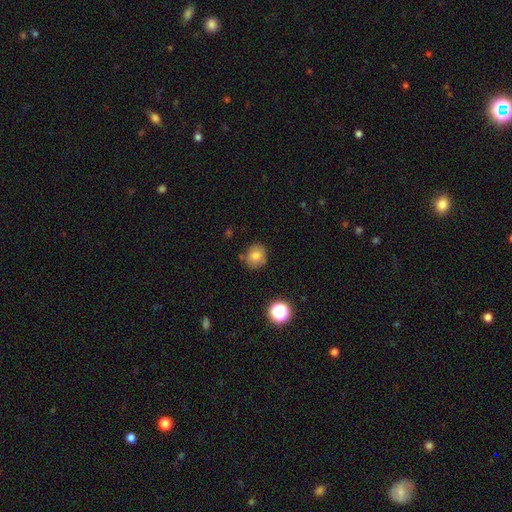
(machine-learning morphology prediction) smooth_or_featured: smooth (p=0.79) [alt: star or artifact p=0.12]
how_rounded: round (p=0.82) [alt: in between p=0.17]
merging: none (p=0.80) [alt: minor disturbance p=0.13]